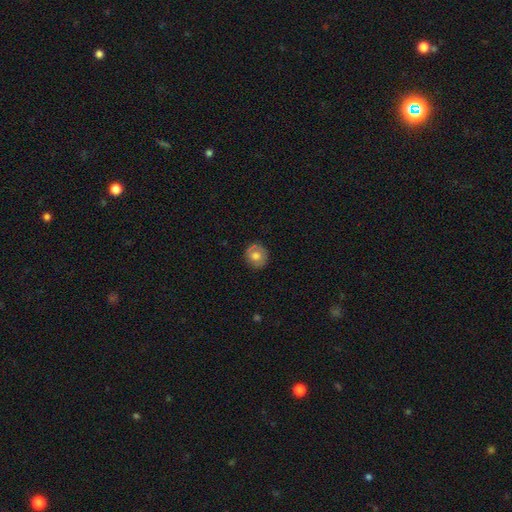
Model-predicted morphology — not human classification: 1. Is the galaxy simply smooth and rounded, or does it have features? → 65% smooth, 27% featured or disk, 8% star or artifact.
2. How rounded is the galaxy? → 84% round, 15% in between, 1% cigar-shaped.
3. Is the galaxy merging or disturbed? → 84% none, 12% minor disturbance, 3% major disturbance, 1% merger.